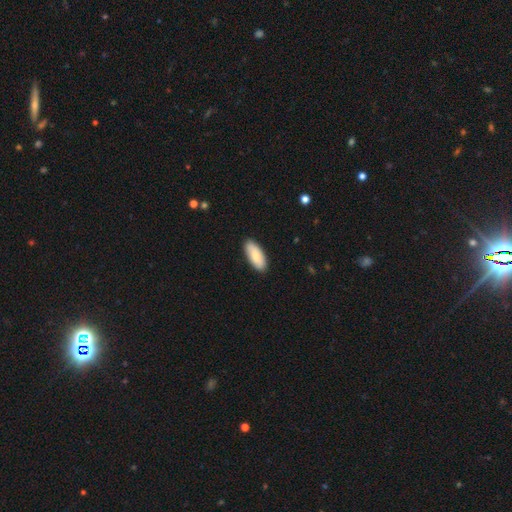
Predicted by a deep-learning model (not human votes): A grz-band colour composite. It shows a smooth galaxy with no disk features (79%) that is in between round and cigar-shaped (83%). Merging: none (89%).